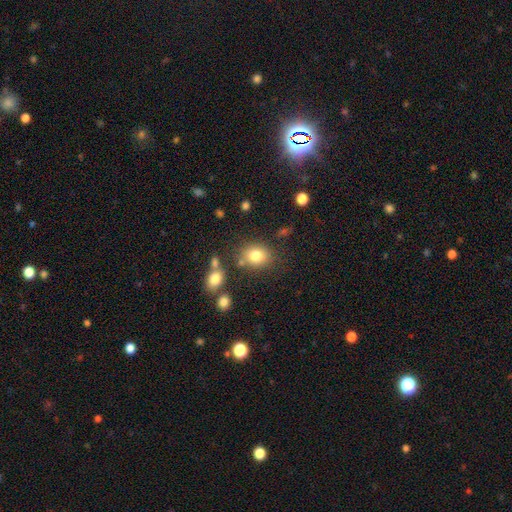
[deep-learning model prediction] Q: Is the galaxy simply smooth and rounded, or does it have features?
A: smooth — 79%.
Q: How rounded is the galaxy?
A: round — 57%.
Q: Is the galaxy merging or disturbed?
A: none — 73%.